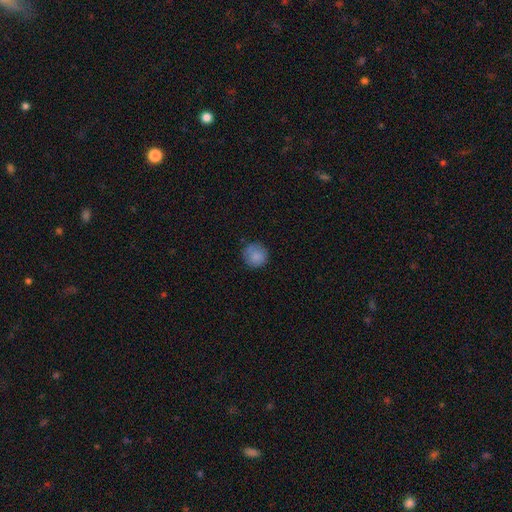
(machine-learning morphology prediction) Smooth or featured: smooth — 84% (star or artifact — 9%)
How rounded: round — 93% (in between — 6%)
Merging: none — 79% (minor disturbance — 15%)